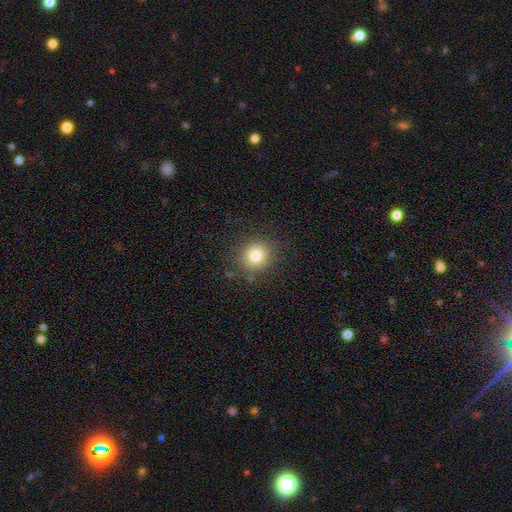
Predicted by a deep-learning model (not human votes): This is clearly a smooth galaxy (80%). How rounded: clearly round (89%). Merging: clearly none (86%).